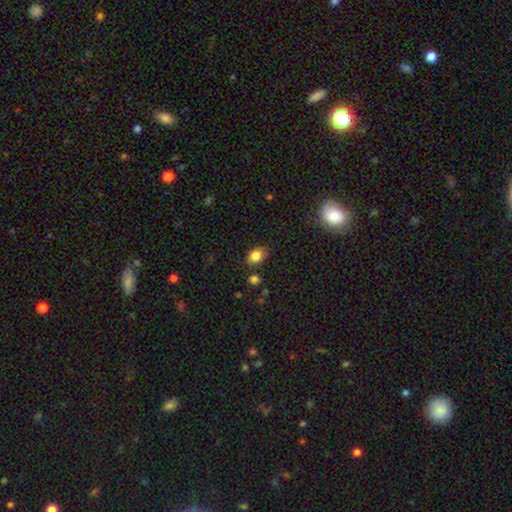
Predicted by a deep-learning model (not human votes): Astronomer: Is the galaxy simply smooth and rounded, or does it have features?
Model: smooth — 83%.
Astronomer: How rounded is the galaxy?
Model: in between — 72%.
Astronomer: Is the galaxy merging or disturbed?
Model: none — 75%.